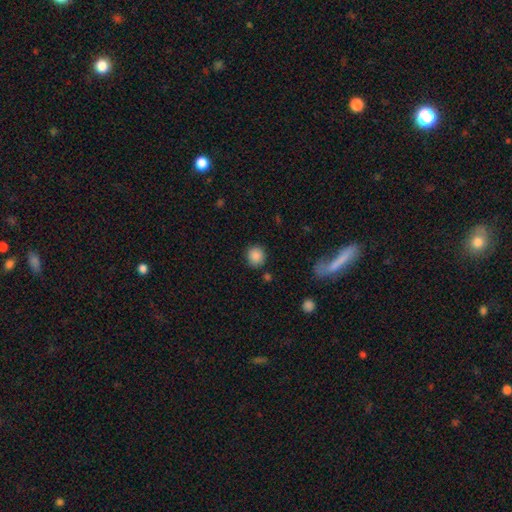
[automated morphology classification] The model was most divided on "merging": none: 84%, minor disturbance: 10%, merger: 3%, major disturbance: 3%. More confident: smooth or featured — smooth (87%); how rounded — round (87%).